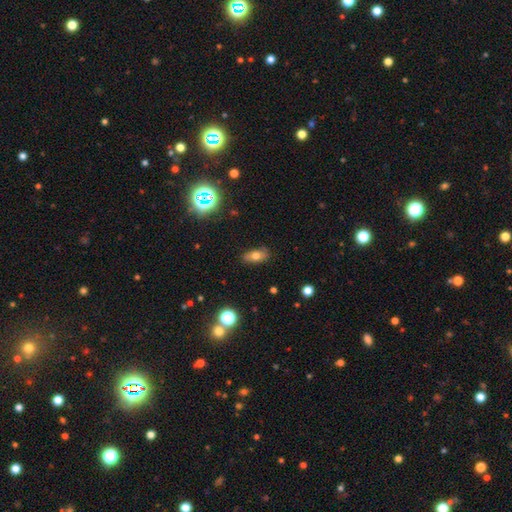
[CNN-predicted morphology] This is likely a smooth galaxy (69%). How rounded: clearly in between (83%). Merging: clearly none (83%).